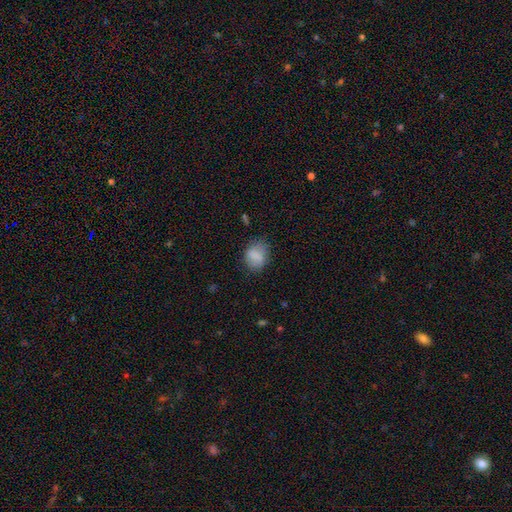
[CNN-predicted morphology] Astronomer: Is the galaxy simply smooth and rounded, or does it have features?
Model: smooth — 79%.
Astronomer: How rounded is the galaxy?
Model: in between — 59% (runner-up: round, 39%).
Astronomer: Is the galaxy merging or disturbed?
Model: none — 69%.